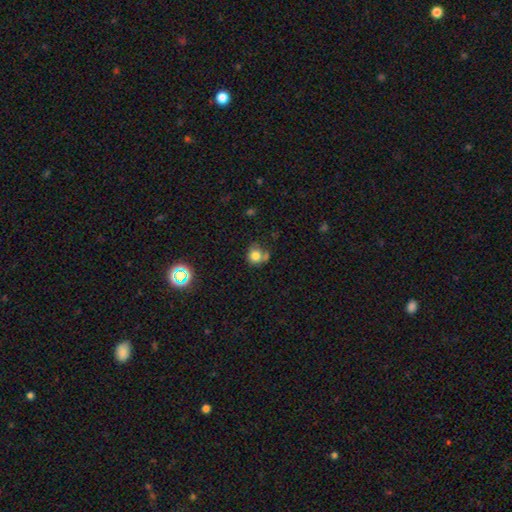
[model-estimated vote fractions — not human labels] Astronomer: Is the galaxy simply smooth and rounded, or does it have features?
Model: smooth — 79%.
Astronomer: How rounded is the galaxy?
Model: round — 79%.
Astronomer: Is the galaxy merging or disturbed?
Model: none — 50%.